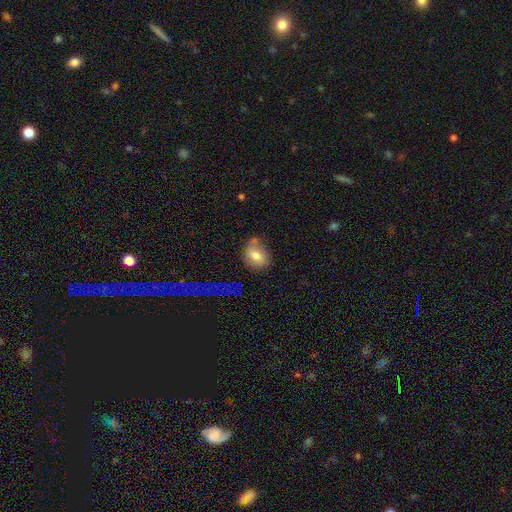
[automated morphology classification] smooth_or_featured: smooth (p=0.70) [alt: featured or disk p=0.22]
how_rounded: in between (p=0.62) [alt: round p=0.36]
merging: none (p=0.49) [alt: minor disturbance p=0.27]